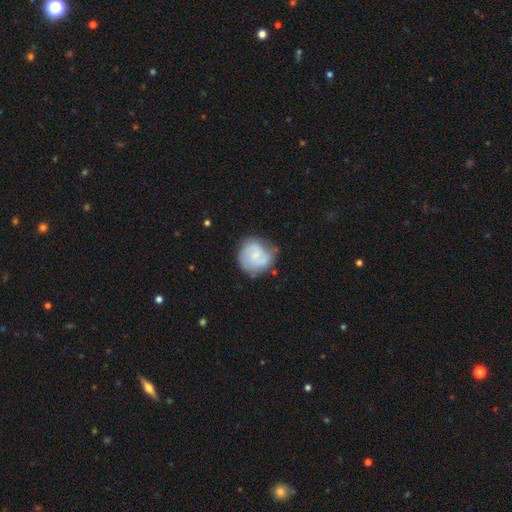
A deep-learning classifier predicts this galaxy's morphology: Overall: featured or disk (49%; smooth 45%). Merging: none (60%; minor disturbance 25%).